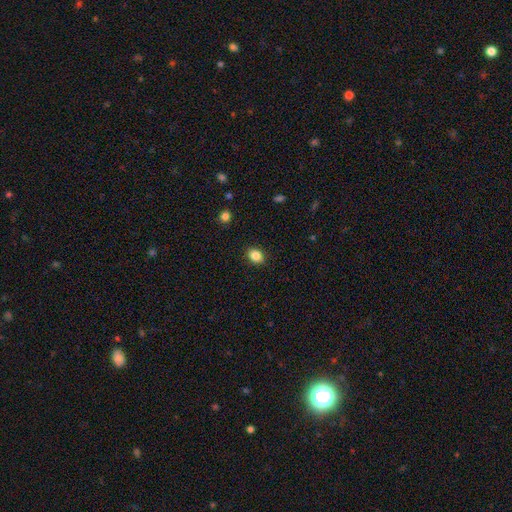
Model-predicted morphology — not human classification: This is clearly a smooth galaxy (85%). How rounded: likely in between (65%). Merging: clearly none (89%).